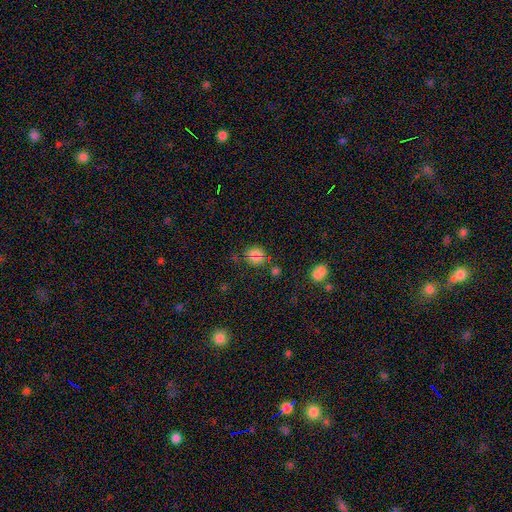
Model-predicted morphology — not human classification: Smooth or featured?
  - smooth: 66% *
  - star or artifact: 27%
  - featured or disk: 7%
How rounded?
  - round: 78% *
  - in between: 21%
  - cigar-shaped: 2%
Merging?
  - none: 82% *
  - minor disturbance: 11%
  - major disturbance: 4%
  - merger: 4%